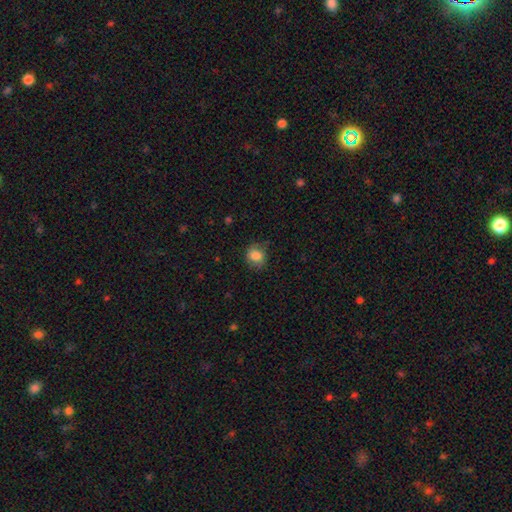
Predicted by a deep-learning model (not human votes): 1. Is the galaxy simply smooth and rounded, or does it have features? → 81% smooth, 10% featured or disk, 9% star or artifact.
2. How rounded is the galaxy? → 71% round, 29% in between, 1% cigar-shaped.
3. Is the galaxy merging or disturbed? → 69% none, 23% minor disturbance, 8% major disturbance, 1% merger.